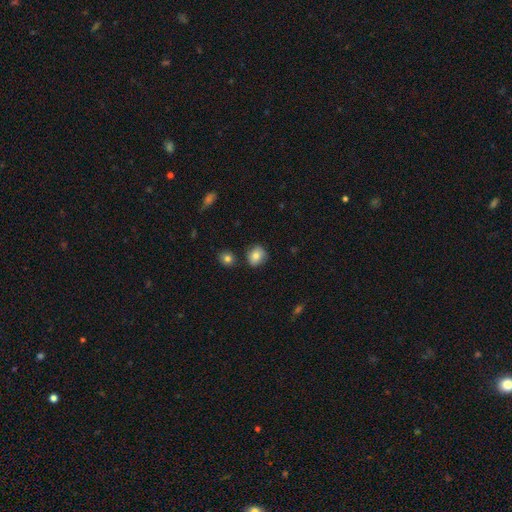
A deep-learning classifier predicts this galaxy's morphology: Smooth or featured: smooth — 79% (featured or disk — 11%)
How rounded: round — 77% (in between — 22%)
Merging: none — 81% (minor disturbance — 12%)